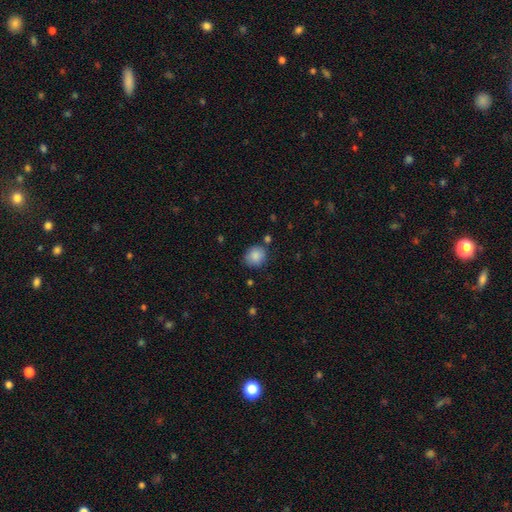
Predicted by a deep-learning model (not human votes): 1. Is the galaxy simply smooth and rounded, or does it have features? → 87% smooth, 8% star or artifact, 5% featured or disk.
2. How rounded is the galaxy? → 80% round, 19% in between, 1% cigar-shaped.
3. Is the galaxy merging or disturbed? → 79% none, 13% minor disturbance, 5% merger, 3% major disturbance.